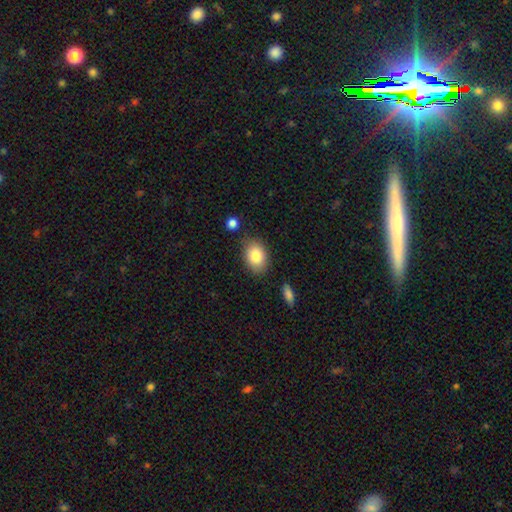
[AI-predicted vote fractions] Morphology: type=smooth (84%); roundness=in between (77%); merging=none (80%).